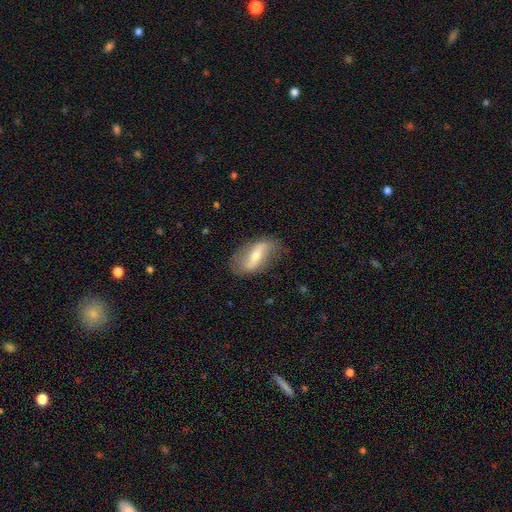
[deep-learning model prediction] Overall: featured or disk (70%). Edge-on disk: no (88%). Bar: strong (50%; weak 33%). Spiral arms: yes (78%). Bulge size: moderate (52%; small 39%). Merging: none (76%).